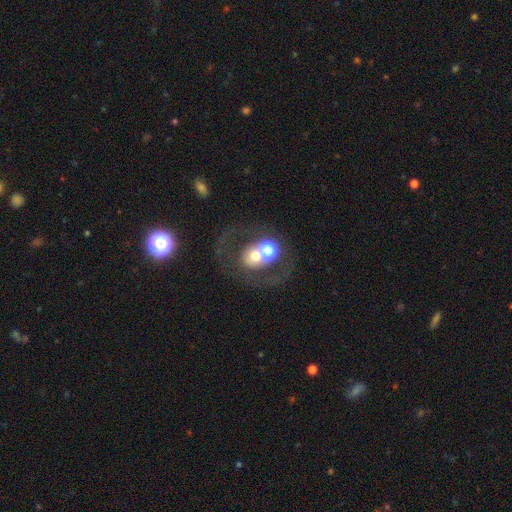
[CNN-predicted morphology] Smooth or featured? smooth (42%, tied with featured or disk)
Merging? none (41%)